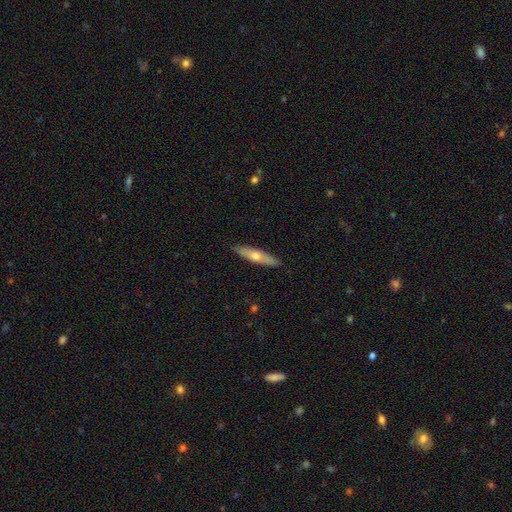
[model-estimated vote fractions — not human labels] Overall: featured or disk (48%; smooth 46%). Merging: none (90%).